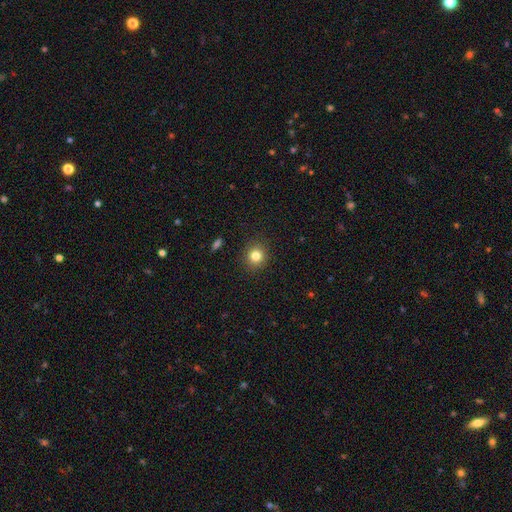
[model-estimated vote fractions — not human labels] Q: Smooth or featured?
A: smooth (82%); runner-up: star or artifact (12%)
Q: How rounded?
A: round (89%); runner-up: in between (10%)
Q: Merging?
A: none (90%); runner-up: minor disturbance (6%)